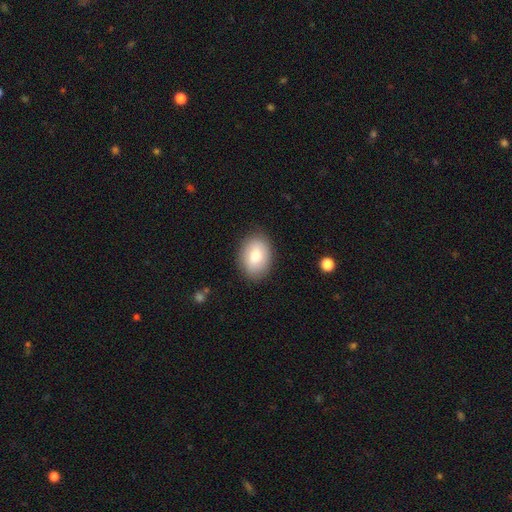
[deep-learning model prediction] This is likely a smooth galaxy (78%). How rounded: likely in between (78%). Merging: clearly none (86%).